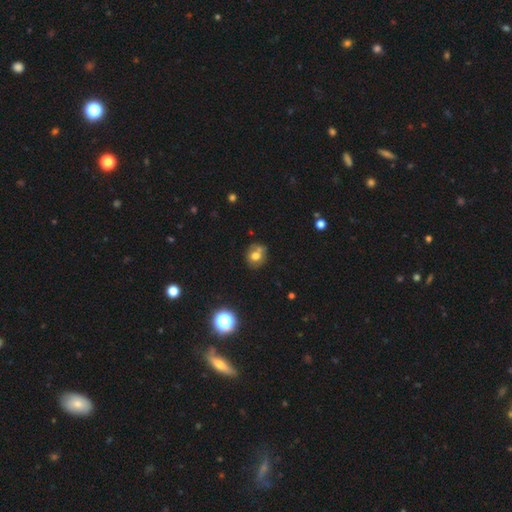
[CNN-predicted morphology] A smooth galaxy with no disk features (65%) that is round (73%).

Vote fractions:
- Smooth or featured? smooth: 65% / featured or disk: 22% / star or artifact: 13%
- How rounded? round: 73% / in between: 26% / cigar-shaped: 1%
- Merging? none: 62% / minor disturbance: 20% / merger: 12% / major disturbance: 6%